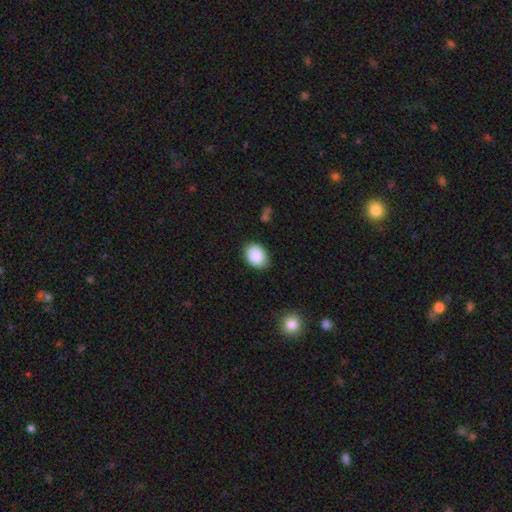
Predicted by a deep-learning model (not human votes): Smooth or featured? smooth (89%)
How rounded? in between (73%)
Merging? none (82%)